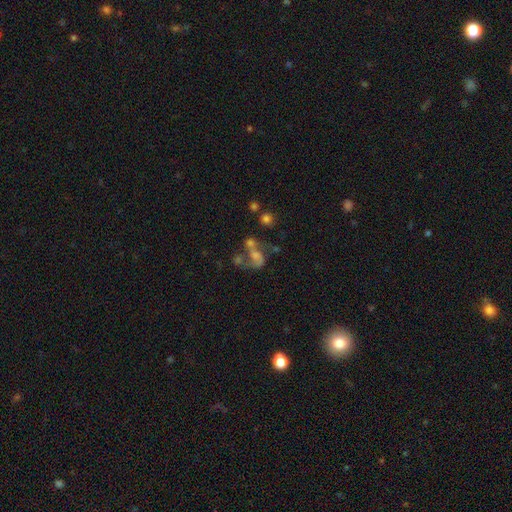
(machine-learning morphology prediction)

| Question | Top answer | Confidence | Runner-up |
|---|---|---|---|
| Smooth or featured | featured or disk | 56% | smooth (24%) |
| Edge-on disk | no | 97% | yes (3%) |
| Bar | no | 68% | weak (24%) |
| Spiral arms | yes | 60% | no (40%) |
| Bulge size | moderate | 32% | none (30%) |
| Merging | merger | 36% | none (29%) |